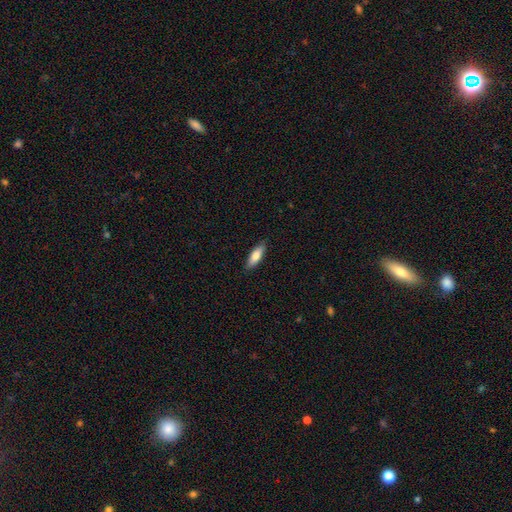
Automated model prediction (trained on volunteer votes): smooth 76%, featured or disk 18%, star or artifact 6%. Down the decision tree: how rounded — in between (52%); merging — none (87%).